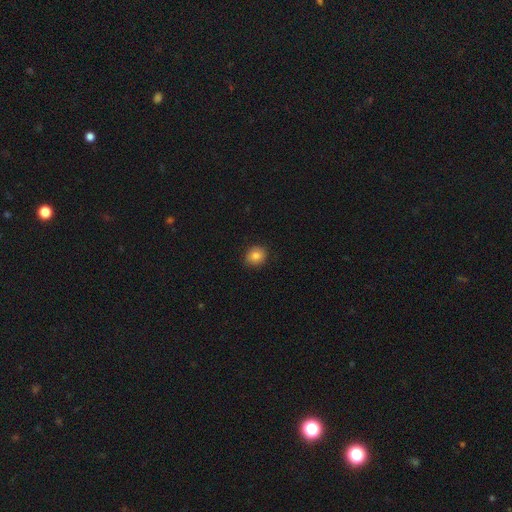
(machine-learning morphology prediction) A smooth galaxy with no disk features (84%) that is round (75%). Merging: none (88%).